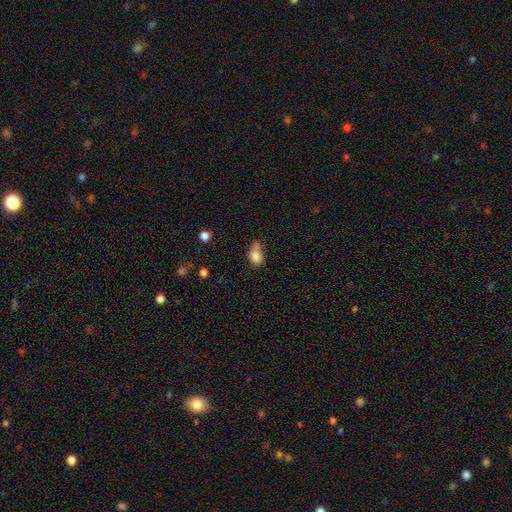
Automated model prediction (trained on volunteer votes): This is clearly a smooth galaxy (81%). How rounded: likely in between (76%). Merging: marginally minor disturbance (36%).